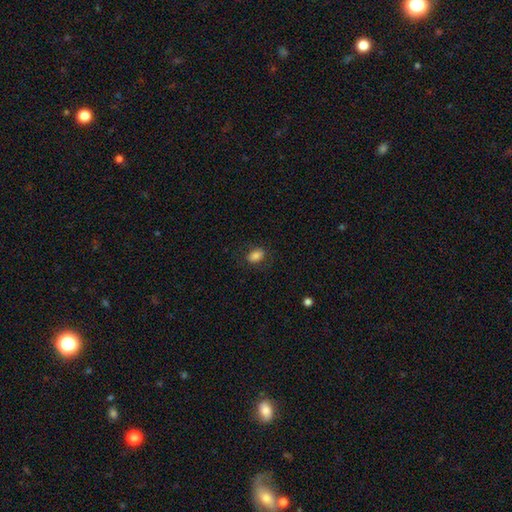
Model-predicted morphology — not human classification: Q: Smooth or featured?
A: smooth (82%); runner-up: star or artifact (9%)
Q: How rounded?
A: in between (75%); runner-up: round (24%)
Q: Merging?
A: none (80%); runner-up: minor disturbance (13%)